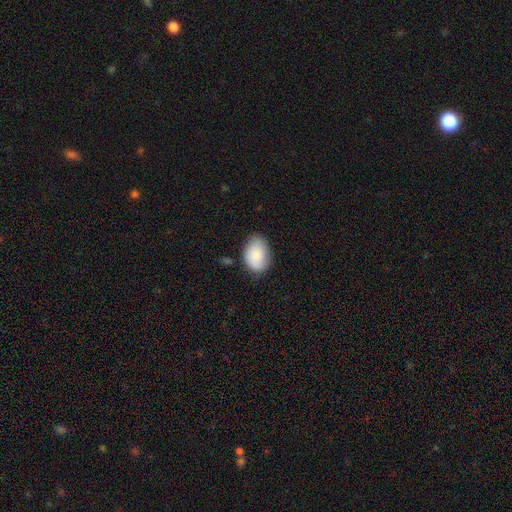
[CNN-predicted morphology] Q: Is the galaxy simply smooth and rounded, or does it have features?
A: smooth — 77%.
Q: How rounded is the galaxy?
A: in between — 81%.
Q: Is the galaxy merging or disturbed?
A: none — 73%.